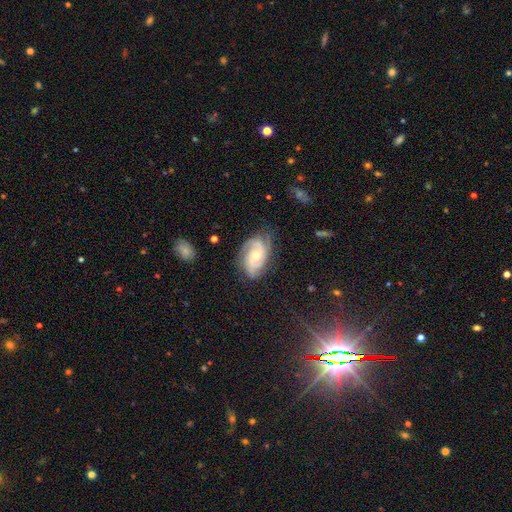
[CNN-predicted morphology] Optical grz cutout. It shows a featured or disk galaxy (85%) with no bar (65%), 2 (41%) tight (52%) spiral arms (97%) and a moderate central bulge (52%). Merging: none (71%).